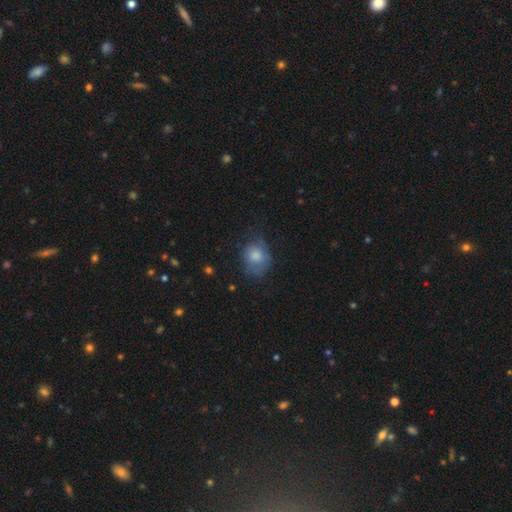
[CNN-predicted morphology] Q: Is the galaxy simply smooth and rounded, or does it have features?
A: smooth — 76%.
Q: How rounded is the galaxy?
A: round — 55%.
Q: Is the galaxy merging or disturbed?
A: none — 52%.